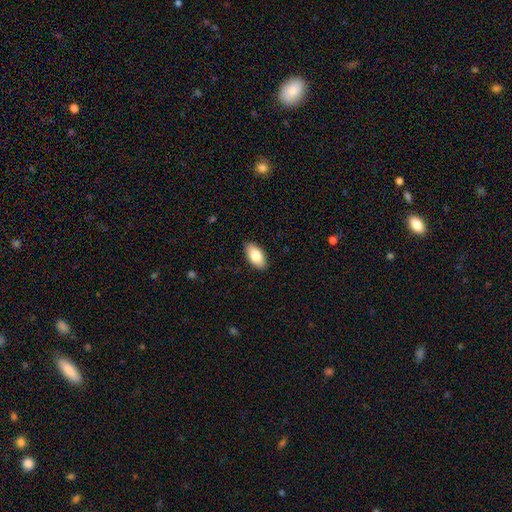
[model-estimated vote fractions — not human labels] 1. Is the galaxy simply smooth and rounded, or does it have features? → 83% smooth, 11% featured or disk, 6% star or artifact.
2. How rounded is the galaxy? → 94% in between, 4% cigar-shaped, 3% round.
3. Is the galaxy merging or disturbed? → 89% none, 8% minor disturbance, 2% major disturbance, 1% merger.